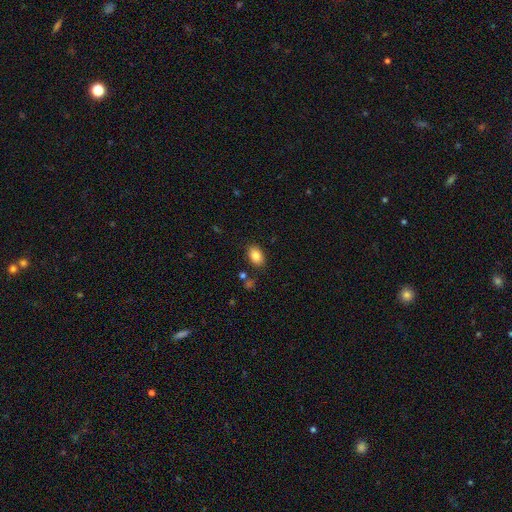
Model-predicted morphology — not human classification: smooth_or_featured: smooth (p=0.84) [alt: star or artifact p=0.08]
how_rounded: in between (p=0.85) [alt: round p=0.14]
merging: none (p=0.83) [alt: minor disturbance p=0.11]